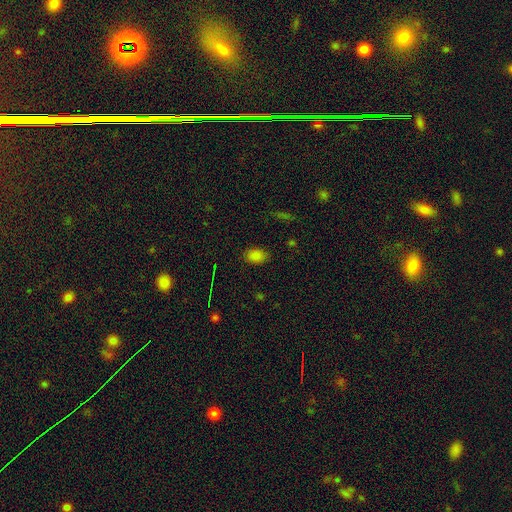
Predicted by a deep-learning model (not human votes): smooth_or_featured: smooth (p=0.80) [alt: star or artifact p=0.15]
how_rounded: in between (p=0.84) [alt: round p=0.15]
merging: none (p=0.84) [alt: minor disturbance p=0.12]